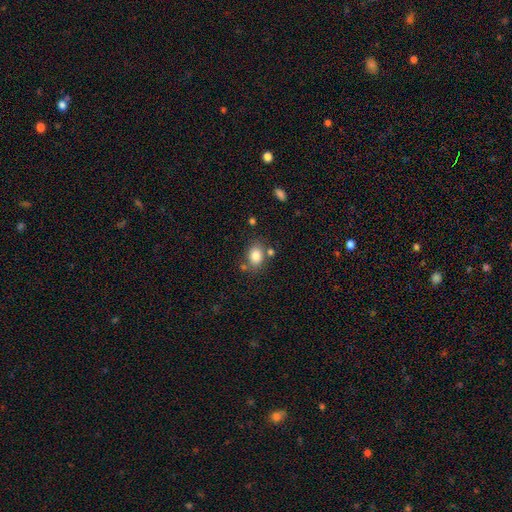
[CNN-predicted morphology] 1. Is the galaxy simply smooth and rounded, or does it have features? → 83% smooth, 9% star or artifact, 7% featured or disk.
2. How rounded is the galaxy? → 68% in between, 30% round, 1% cigar-shaped.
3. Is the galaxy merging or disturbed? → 70% none, 15% minor disturbance, 11% merger, 5% major disturbance.